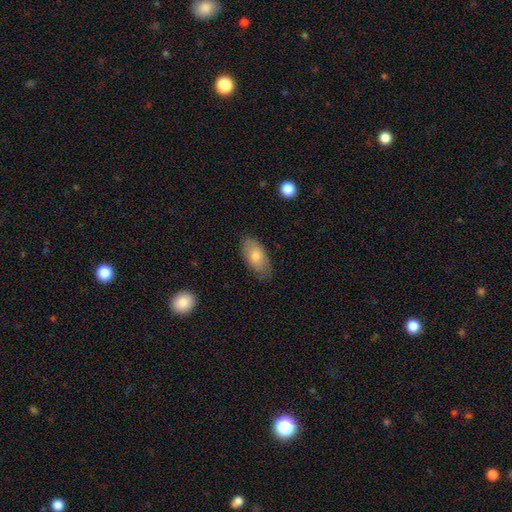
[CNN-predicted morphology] A smooth galaxy with no disk features (74%) that is in between round and cigar-shaped (92%).

Vote fractions:
- Smooth or featured? smooth: 74% / featured or disk: 20% / star or artifact: 7%
- How rounded? in between: 92% / cigar-shaped: 5% / round: 3%
- Merging? none: 79% / minor disturbance: 17% / major disturbance: 3% / merger: 1%